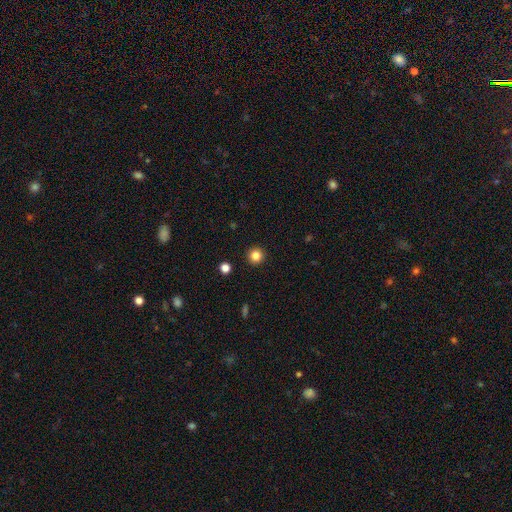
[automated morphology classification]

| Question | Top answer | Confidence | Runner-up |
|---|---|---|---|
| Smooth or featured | smooth | 84% | star or artifact (12%) |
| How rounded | round | 96% | in between (3%) |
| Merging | none | 93% | minor disturbance (4%) |